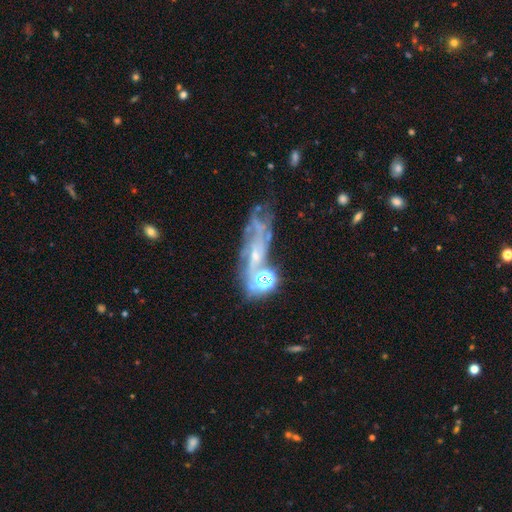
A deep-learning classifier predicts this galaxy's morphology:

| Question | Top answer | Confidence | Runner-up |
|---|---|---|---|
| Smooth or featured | featured or disk | 63% | star or artifact (20%) |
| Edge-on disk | no | 81% | yes (19%) |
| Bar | no | 67% | weak (24%) |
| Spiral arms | yes | 72% | no (28%) |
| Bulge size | small | 63% | moderate (20%) |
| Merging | none | 46% | minor disturbance (20%) |